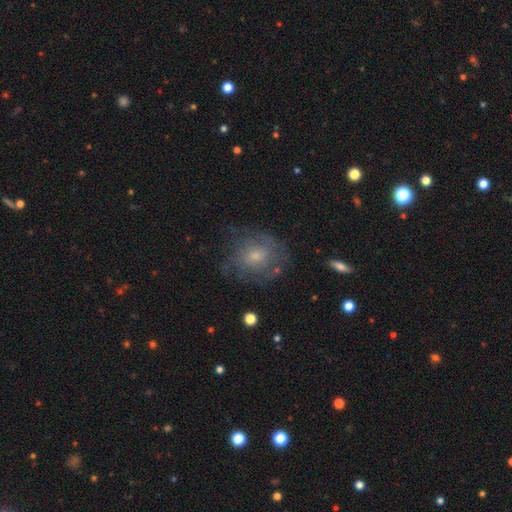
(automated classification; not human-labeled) smooth_or_featured: featured or disk (p=0.47) [alt: smooth p=0.41]
merging: none (p=0.66) [alt: minor disturbance p=0.19]